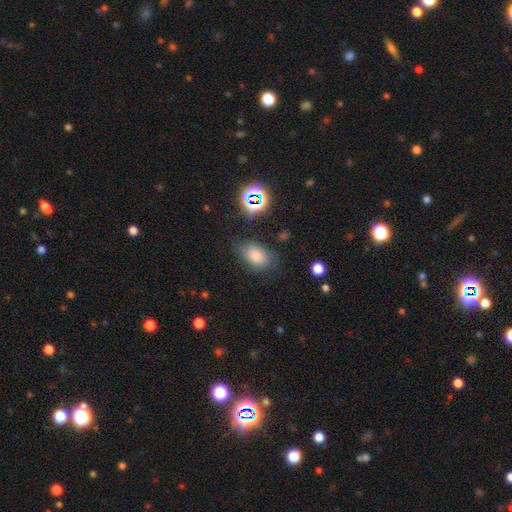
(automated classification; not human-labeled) Smooth or featured? smooth (75%)
How rounded? in between (85%)
Merging? none (70%)